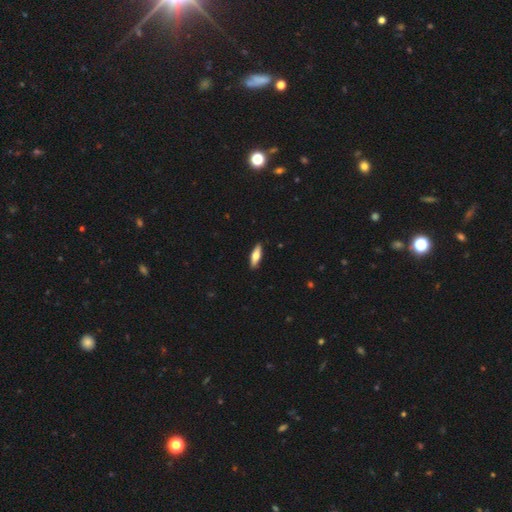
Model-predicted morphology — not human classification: smooth-or-featured: smooth: 64% | featured or disk: 30% | star or artifact: 6%
  how-rounded: cigar-shaped: 49% (tied) | in between: 49% (tied) | round: 2%
  merging: none: 90% | minor disturbance: 8% | major disturbance: 2% | merger: 1%